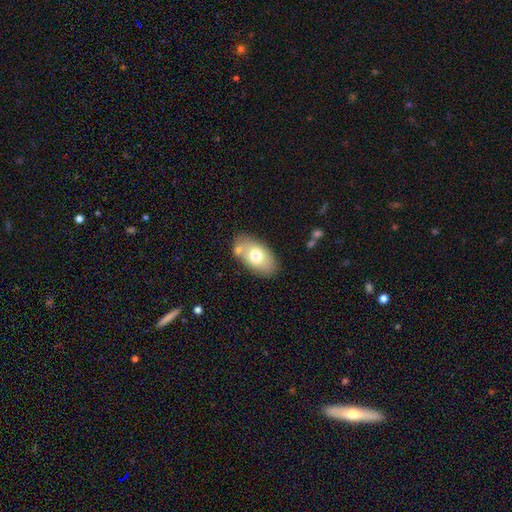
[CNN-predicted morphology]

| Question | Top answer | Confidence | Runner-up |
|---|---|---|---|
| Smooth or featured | smooth | 69% | featured or disk (24%) |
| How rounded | in between | 92% | round (6%) |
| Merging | none | 70% | minor disturbance (15%) |